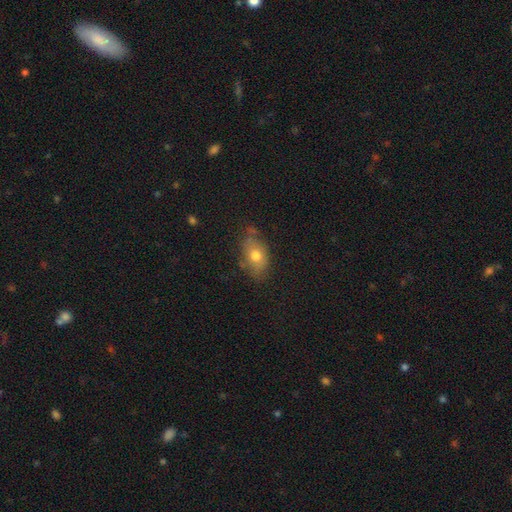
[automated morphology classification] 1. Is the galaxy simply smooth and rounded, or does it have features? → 70% smooth, 21% featured or disk, 10% star or artifact.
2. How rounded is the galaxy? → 79% in between, 19% round, 2% cigar-shaped.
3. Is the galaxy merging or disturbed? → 62% none, 26% minor disturbance, 8% major disturbance, 4% merger.